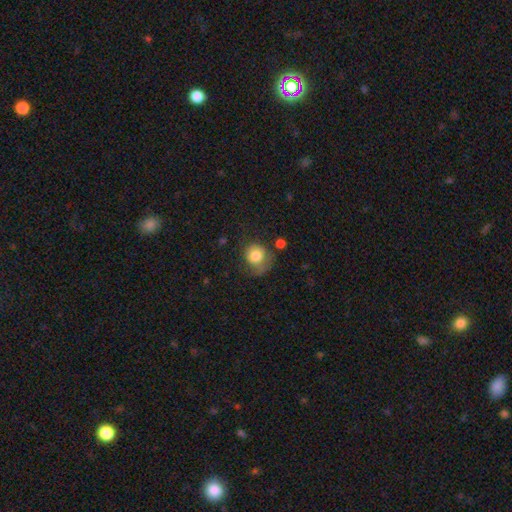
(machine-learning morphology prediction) A smooth galaxy with no disk features (78%) that is round (80%). Merging: none (47%).